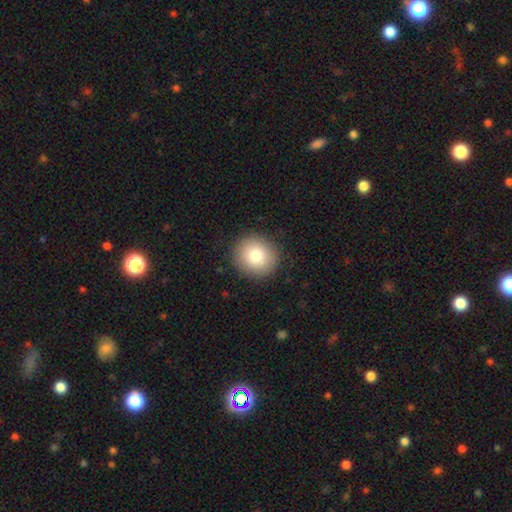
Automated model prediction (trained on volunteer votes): Smooth or featured? smooth (81%)
How rounded? round (90%)
Merging? none (90%)